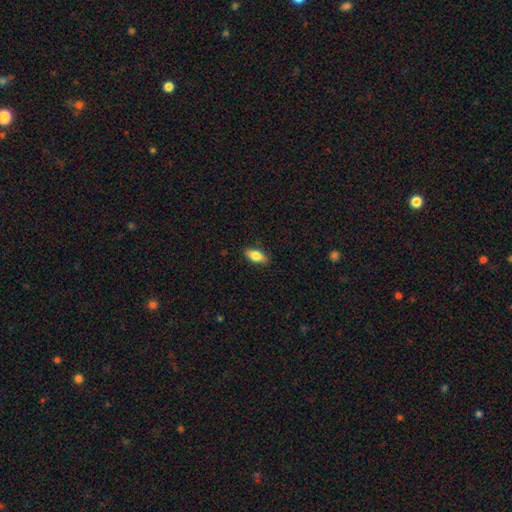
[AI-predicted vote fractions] Smooth or featured? Predicted: smooth (p=0.79). How rounded? Predicted: in between (p=0.85). Merging? Predicted: none (p=0.87).